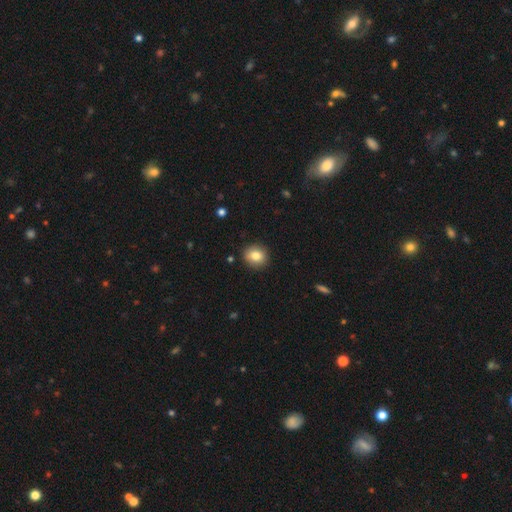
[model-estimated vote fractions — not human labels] This appears to be a smooth galaxy with no disk features (81%) that is round (81%). Merging: none (90%).